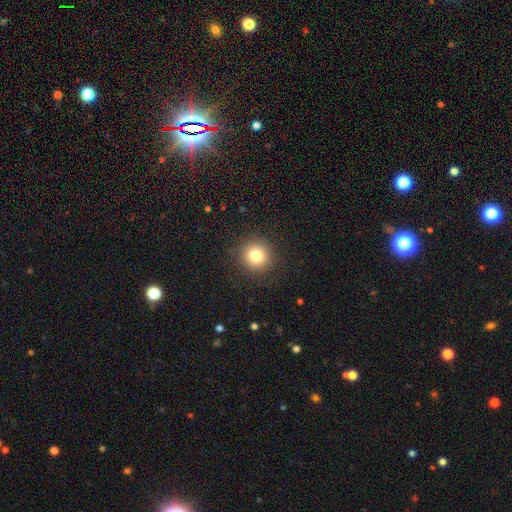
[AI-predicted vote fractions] Smooth or featured? smooth (80%)
How rounded? round (93%)
Merging? none (91%)